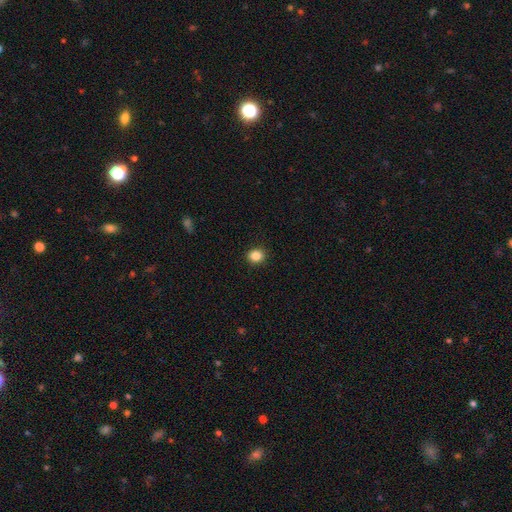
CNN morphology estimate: This appears to be a smooth galaxy with no disk features (86%) that is round (73%). Merging: none (92%).